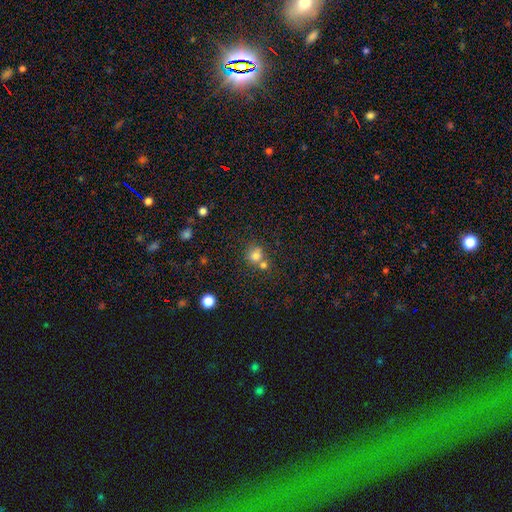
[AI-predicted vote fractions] Q: Smooth or featured?
A: smooth (76%); runner-up: star or artifact (14%)
Q: How rounded?
A: round (82%); runner-up: in between (17%)
Q: Merging?
A: none (49%); runner-up: merger (38%)